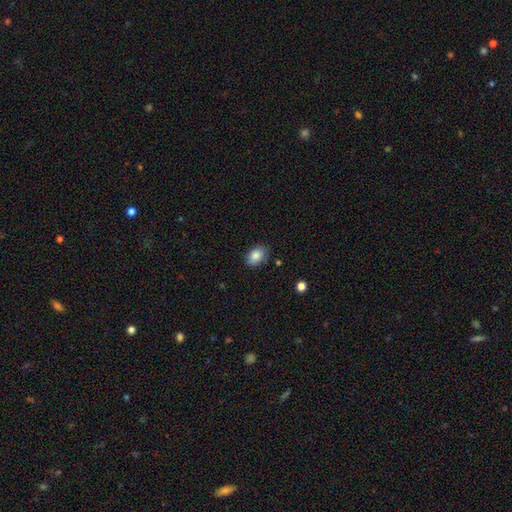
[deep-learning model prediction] Overall: smooth (86%). How rounded: in between (81%). Merging: none (82%).